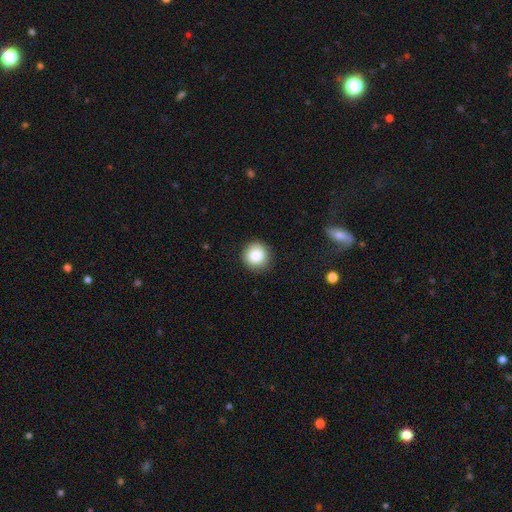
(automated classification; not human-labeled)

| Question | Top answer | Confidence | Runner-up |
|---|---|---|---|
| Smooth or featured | smooth | 84% | star or artifact (9%) |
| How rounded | round | 93% | in between (6%) |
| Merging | none | 90% | minor disturbance (7%) |